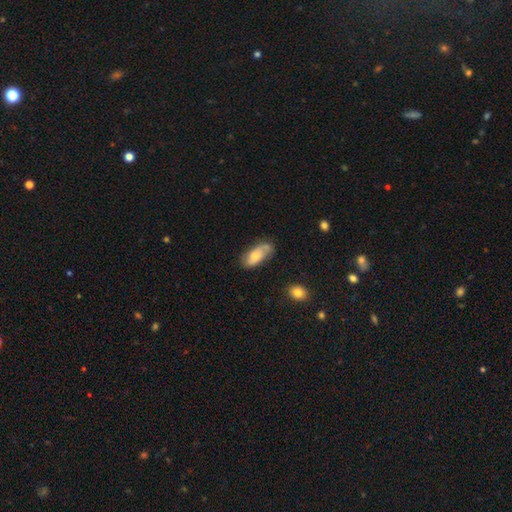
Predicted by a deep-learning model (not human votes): smooth_or_featured: smooth (p=0.59) [alt: featured or disk p=0.34]
how_rounded: in between (p=0.89) [alt: cigar-shaped p=0.09]
merging: none (p=0.54) [alt: minor disturbance p=0.30]